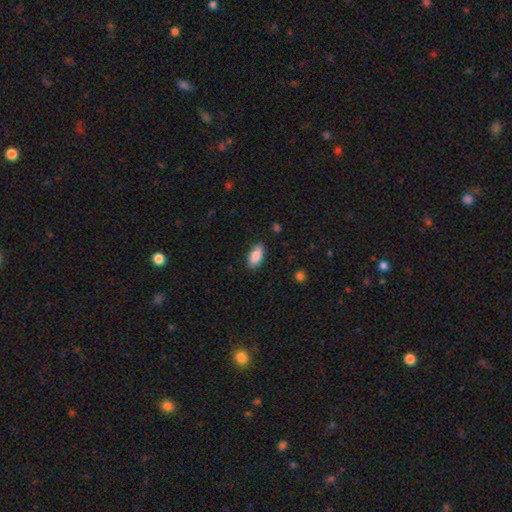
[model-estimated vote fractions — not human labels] smooth 87%, star or artifact 7%, featured or disk 6%. Down the decision tree: how rounded — in between (92%); merging — none (86%).